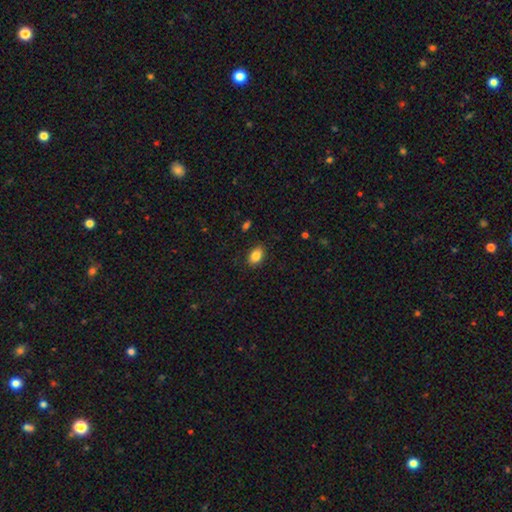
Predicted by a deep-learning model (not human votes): Smooth or featured?
  - smooth: 86% *
  - star or artifact: 9%
  - featured or disk: 6%
How rounded?
  - in between: 83% *
  - round: 16%
  - cigar-shaped: 1%
Merging?
  - none: 86% *
  - minor disturbance: 10%
  - major disturbance: 2%
  - merger: 1%